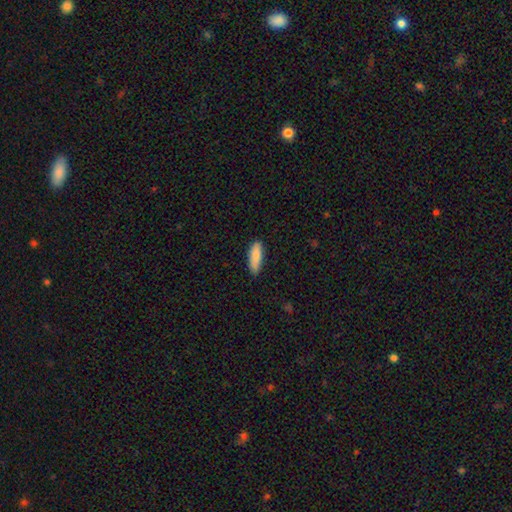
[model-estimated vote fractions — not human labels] smooth-or-featured: smooth: 86% | featured or disk: 8% | star or artifact: 6%
  how-rounded: in between: 53% | cigar-shaped: 45% | round: 2%
  merging: none: 83% | minor disturbance: 14% | major disturbance: 2% | merger: 1%